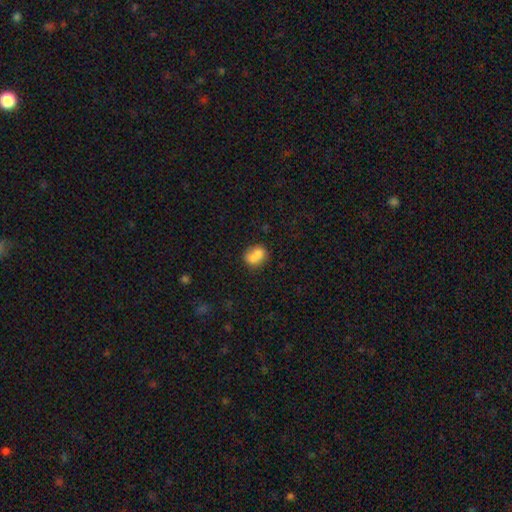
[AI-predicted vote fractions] Smooth or featured?
  - smooth: 74% *
  - featured or disk: 16%
  - star or artifact: 9%
How rounded?
  - in between: 51% *
  - round: 48%
  - cigar-shaped: 1%
Merging?
  - merger: 49% *
  - none: 35%
  - minor disturbance: 12%
  - major disturbance: 4%